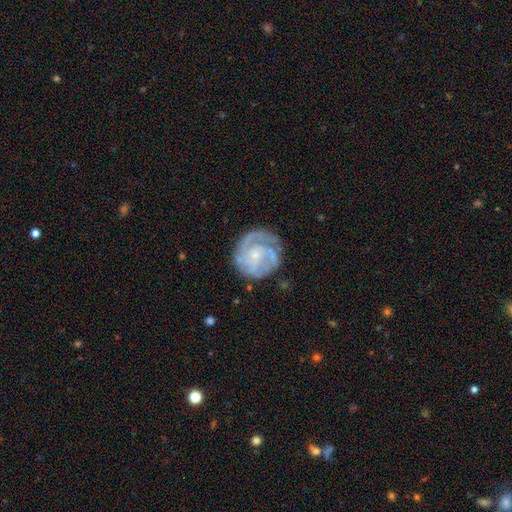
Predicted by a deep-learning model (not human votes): Q: Smooth or featured?
A: featured or disk (82%); runner-up: smooth (12%)
Q: Edge-on disk?
A: no (98%); runner-up: yes (2%)
Q: Bar?
A: no (73%); runner-up: weak (23%)
Q: Spiral arms?
A: yes (94%); runner-up: no (6%)
Q: Spiral winding?
A: tight (62%); runner-up: medium (30%)
Q: Spiral arm count?
A: 3 (28%); runner-up: can't tell (25%)
Q: Bulge size?
A: small (75%); runner-up: moderate (16%)
Q: Merging?
A: none (72%); runner-up: minor disturbance (17%)